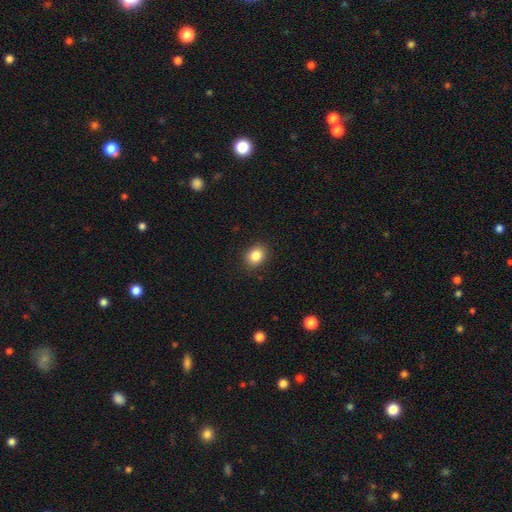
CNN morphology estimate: smooth-or-featured: smooth: 85% | star or artifact: 10% | featured or disk: 5%
  how-rounded: round: 53% | in between: 47% | cigar-shaped: 1%
  merging: none: 88% | minor disturbance: 9% | major disturbance: 2% | merger: 1%